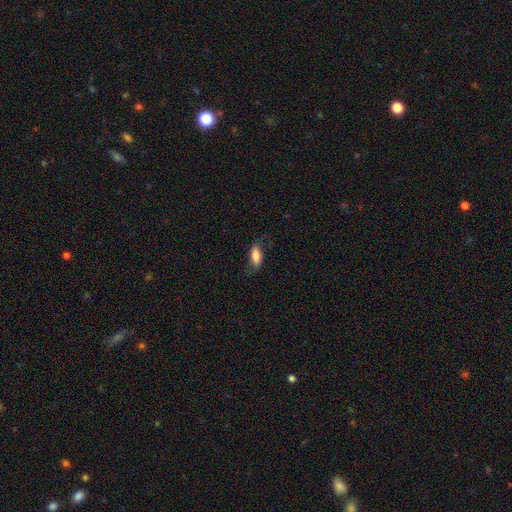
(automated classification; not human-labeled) Q: Smooth or featured?
A: smooth (76%); runner-up: featured or disk (17%)
Q: How rounded?
A: in between (82%); runner-up: cigar-shaped (15%)
Q: Merging?
A: none (66%); runner-up: minor disturbance (23%)